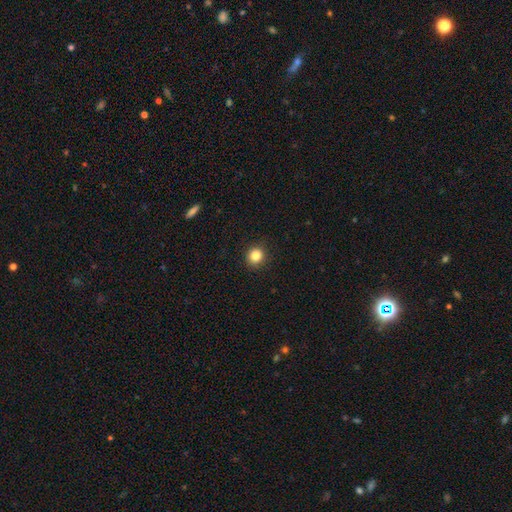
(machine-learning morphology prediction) Q: Smooth or featured?
A: smooth (84%); runner-up: star or artifact (12%)
Q: How rounded?
A: round (91%); runner-up: in between (8%)
Q: Merging?
A: none (91%); runner-up: minor disturbance (6%)